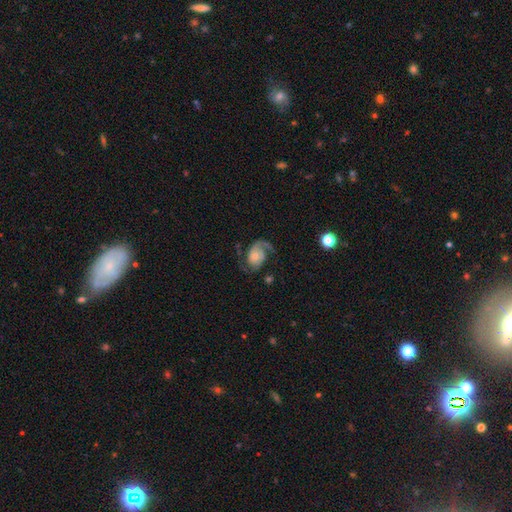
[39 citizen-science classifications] This is clearly a featured or disk galaxy (92%). It is clearly not viewed edge-on (94%). Bar: possibly no (59%). Spiral arm pattern: clearly yes (97%). Spiral arm count: likely 2 (67%). Spiral winding: possibly medium (52%). Central bulge: possibly small (50%). Merging: possibly none (56%).